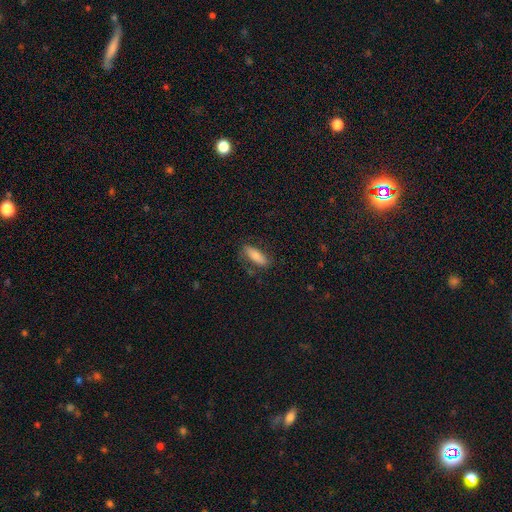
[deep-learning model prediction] smooth_or_featured: smooth (p=0.74) [alt: featured or disk p=0.19]
how_rounded: in between (p=0.52) [alt: cigar-shaped p=0.46]
merging: none (p=0.75) [alt: minor disturbance p=0.17]